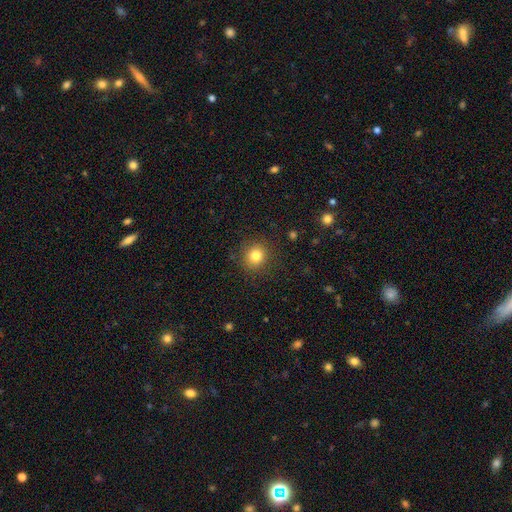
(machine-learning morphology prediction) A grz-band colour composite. It shows a smooth galaxy with no disk features (81%) that is round (88%). Merging: none (89%).